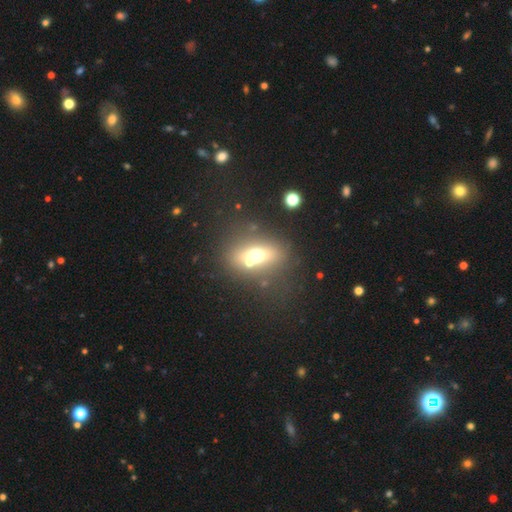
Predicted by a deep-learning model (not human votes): Overall: smooth (54%; featured or disk 28%). How rounded: in between (55%; round 39%). Merging: none (65%).